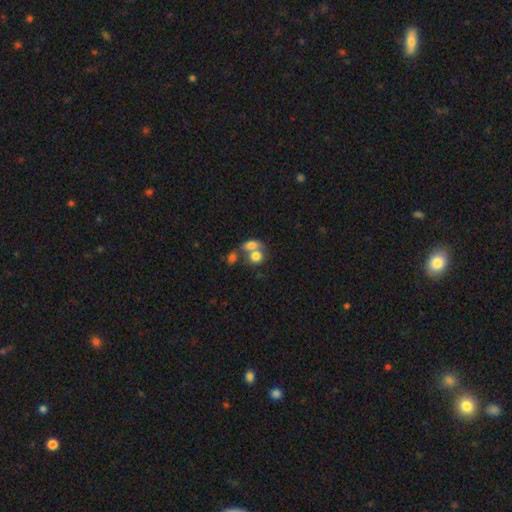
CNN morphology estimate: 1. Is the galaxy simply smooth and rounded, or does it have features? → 76% smooth, 15% featured or disk, 9% star or artifact.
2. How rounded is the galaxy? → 51% in between, 47% round, 2% cigar-shaped.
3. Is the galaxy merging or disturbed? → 60% merger, 27% none, 8% minor disturbance, 6% major disturbance.